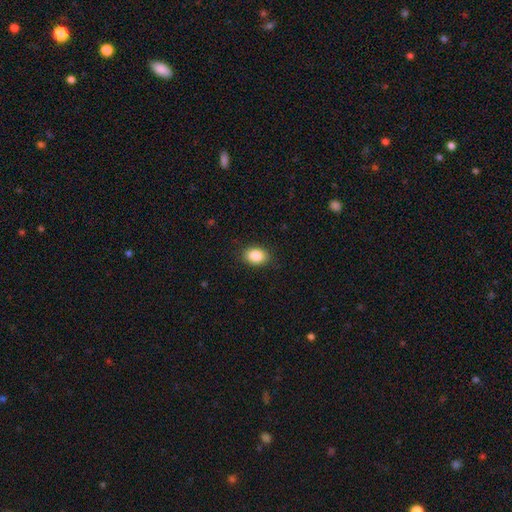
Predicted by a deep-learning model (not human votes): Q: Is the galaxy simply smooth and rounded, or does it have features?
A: smooth — 87%.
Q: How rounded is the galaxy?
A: in between — 75%.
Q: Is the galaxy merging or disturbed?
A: none — 88%.